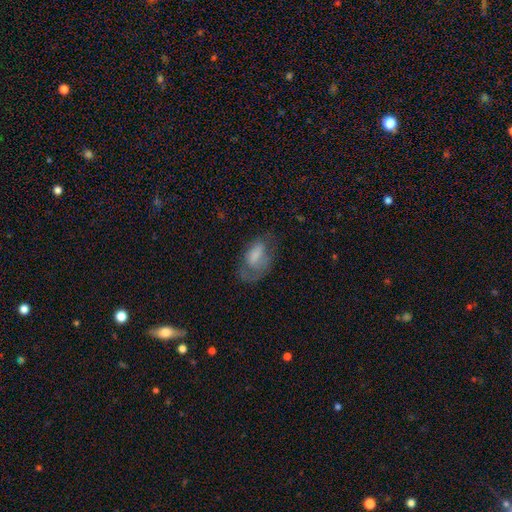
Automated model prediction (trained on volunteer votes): smooth_or_featured: smooth (p=0.57) [alt: featured or disk p=0.35]
how_rounded: in between (p=0.90) [alt: round p=0.08]
merging: none (p=0.40) [alt: major disturbance p=0.31]